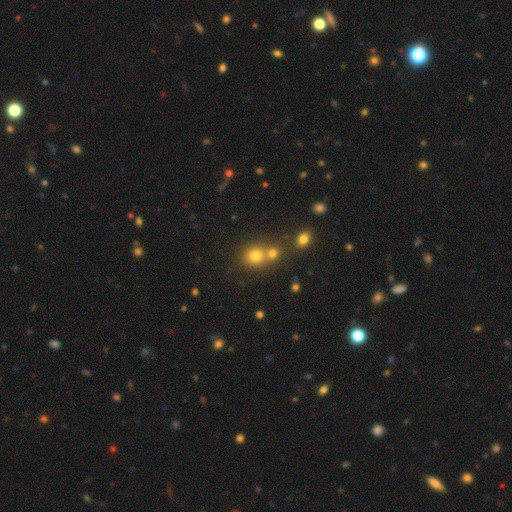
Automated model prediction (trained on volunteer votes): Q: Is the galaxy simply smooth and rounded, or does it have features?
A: smooth — 71%.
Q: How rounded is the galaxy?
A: round — 82%.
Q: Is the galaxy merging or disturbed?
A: none — 52%.